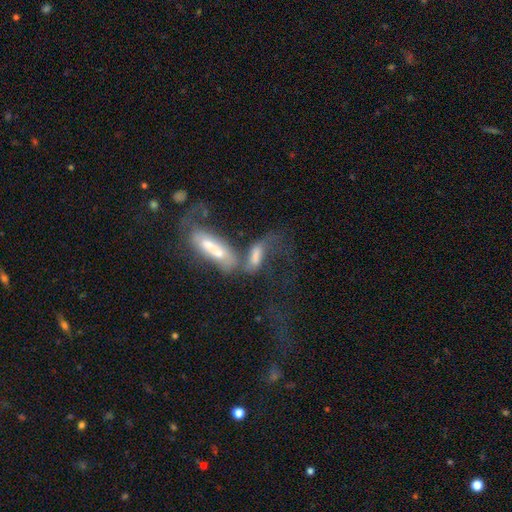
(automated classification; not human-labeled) Smooth or featured: smooth — 45% (featured or disk — 44%)
Merging: merger — 68% (major disturbance — 13%)